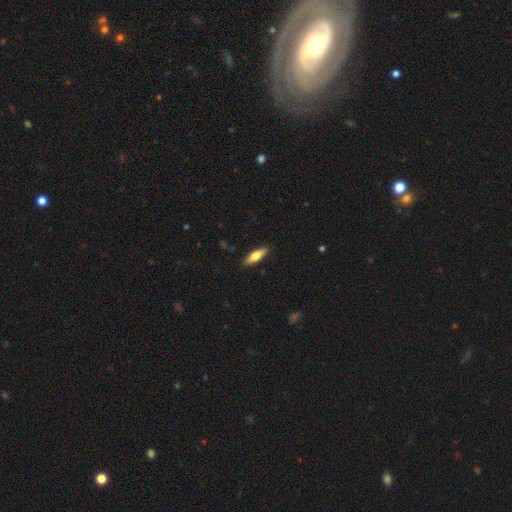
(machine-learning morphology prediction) Overall: smooth (65%; featured or disk 29%). How rounded: cigar-shaped (53%; in between 45%). Merging: none (89%).